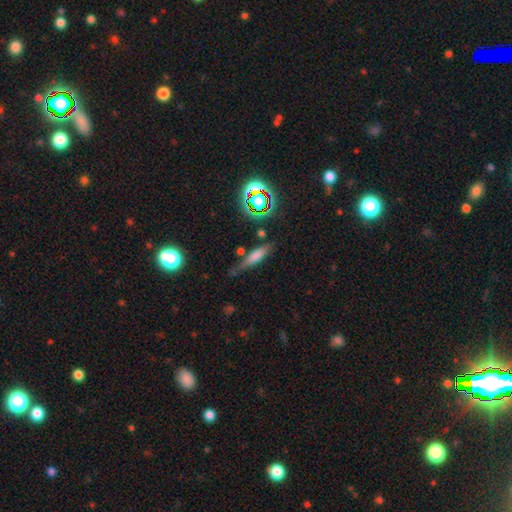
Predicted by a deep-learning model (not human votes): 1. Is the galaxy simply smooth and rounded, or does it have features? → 51% smooth, 34% featured or disk, 15% star or artifact.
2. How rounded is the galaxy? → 71% cigar-shaped, 25% in between, 5% round.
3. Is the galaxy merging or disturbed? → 65% none, 22% minor disturbance, 7% major disturbance, 6% merger.